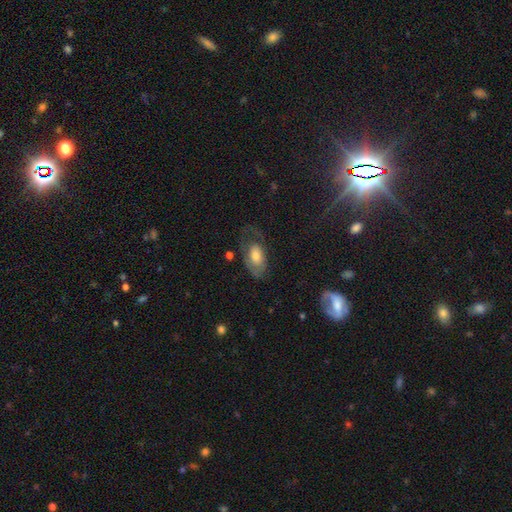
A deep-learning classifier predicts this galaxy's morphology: The model was most divided on "smooth or featured": smooth: 51%, featured or disk: 42%, star or artifact: 8%. Remaining: how rounded — in between (91%); merging — none (43%).